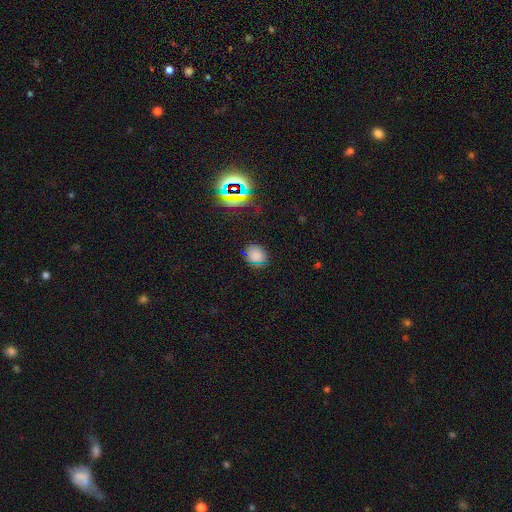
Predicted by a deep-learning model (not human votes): Smooth or featured? Predicted: smooth (p=0.67). How rounded? Predicted: round (p=0.56). Merging? Predicted: none (p=0.76).